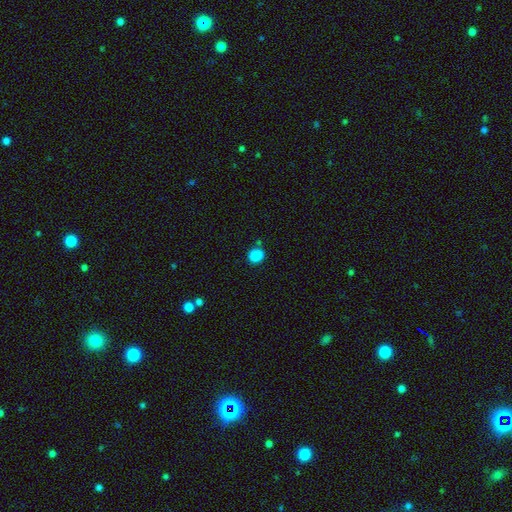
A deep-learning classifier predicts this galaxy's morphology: Smooth or featured? smooth (87%)
How rounded? round (71%)
Merging? none (75%)